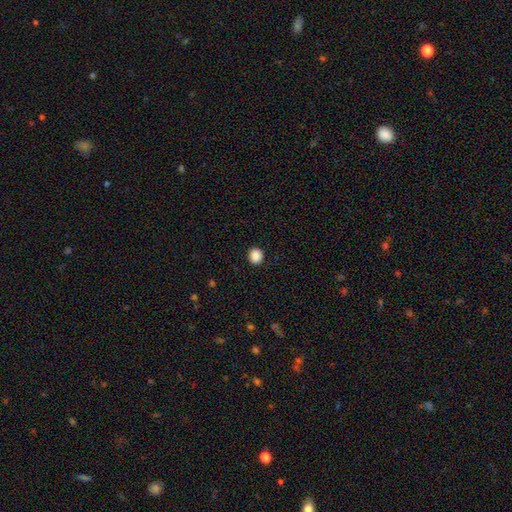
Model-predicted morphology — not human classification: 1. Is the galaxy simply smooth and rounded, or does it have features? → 88% smooth, 9% star or artifact, 2% featured or disk.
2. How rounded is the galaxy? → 86% round, 13% in between, 1% cigar-shaped.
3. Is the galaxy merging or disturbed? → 92% none, 5% minor disturbance, 2% major disturbance, 1% merger.